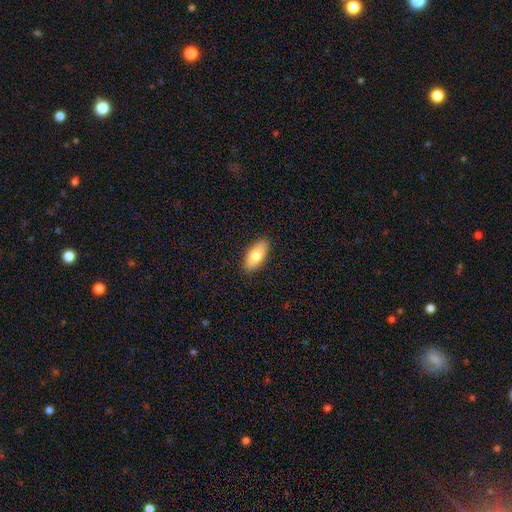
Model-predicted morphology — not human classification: smooth 78%, featured or disk 16%, star or artifact 6%. Down the decision tree: how rounded — in between (86%); merging — none (89%).